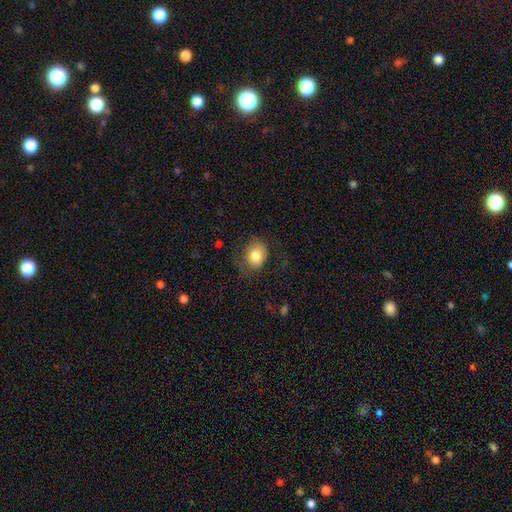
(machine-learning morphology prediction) Smooth or featured? smooth (82%)
How rounded? round (53%)
Merging? none (67%)